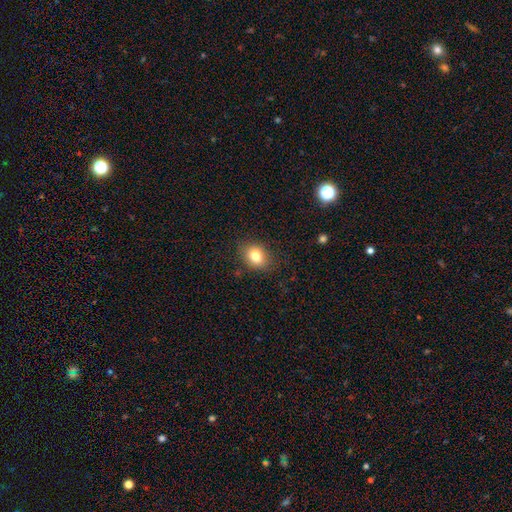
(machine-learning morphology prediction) Smooth or featured? smooth (79%)
How rounded? in between (57%)
Merging? none (84%)